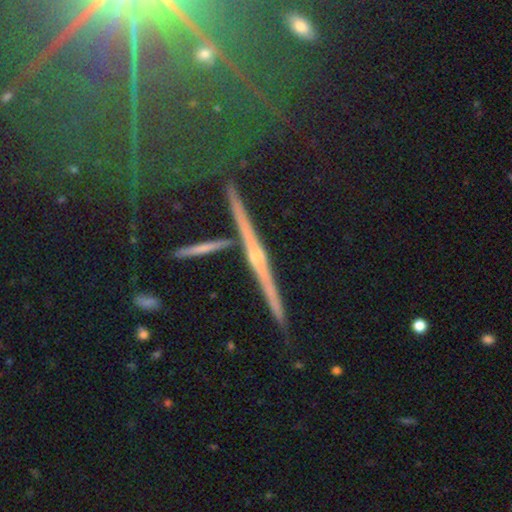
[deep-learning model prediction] Q: Smooth or featured?
A: featured or disk (69%); runner-up: star or artifact (16%)
Q: Edge-on disk?
A: yes (95%); runner-up: no (5%)
Q: Edge-on bulge?
A: rounded (72%); runner-up: none (18%)
Q: Merging?
A: none (83%); runner-up: minor disturbance (9%)